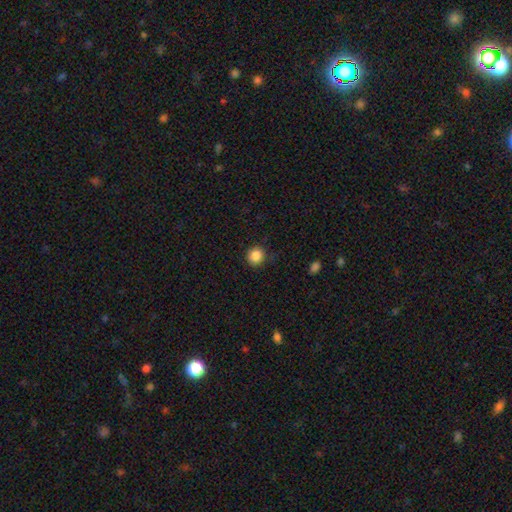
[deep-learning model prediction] The model was most divided on "smooth or featured": smooth: 86%, star or artifact: 10%, featured or disk: 4%. More confident: how rounded — round (89%); merging — none (87%).